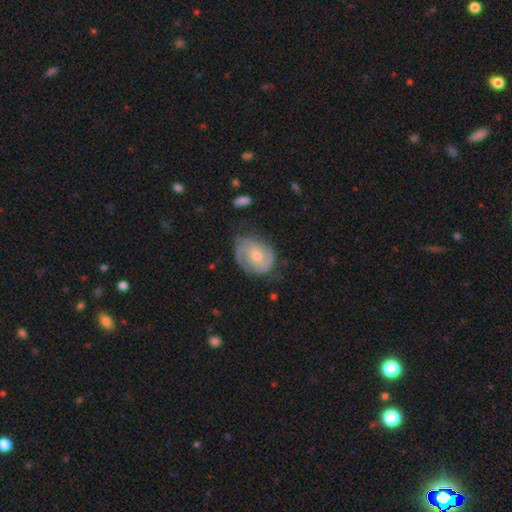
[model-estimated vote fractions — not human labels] Smooth or featured: featured or disk — 68% (smooth — 26%)
Edge-on disk: no — 97% (yes — 3%)
Bar: no — 72% (weak — 24%)
Spiral arms: yes — 86% (no — 14%)
Spiral winding: tight — 52% (medium — 35%)
Spiral arm count: 2 — 58% (can't tell — 22%)
Bulge size: moderate — 57% (small — 37%)
Merging: none — 63% (minor disturbance — 25%)